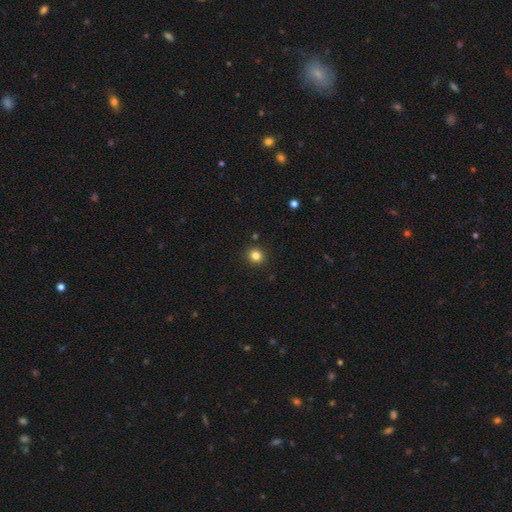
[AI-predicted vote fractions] Smooth or featured? Predicted: smooth (p=0.83). How rounded? Predicted: round (p=0.86). Merging? Predicted: none (p=0.91).